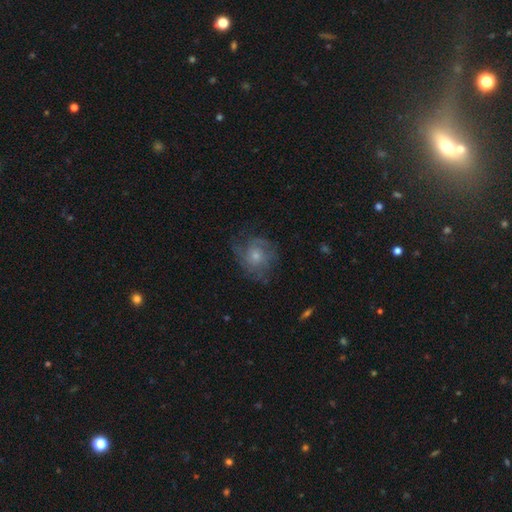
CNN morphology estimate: This appears to be a featured or disk galaxy (61%) with no bar (80%), spiral arms (83%) and a small central bulge (47%). Merging: none (65%).